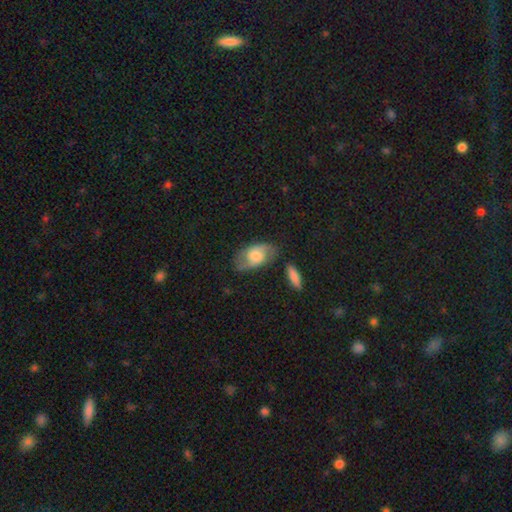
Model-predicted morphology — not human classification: Overall: featured or disk (53%; smooth 40%). Edge-on disk: no (92%). Merging: none (65%).